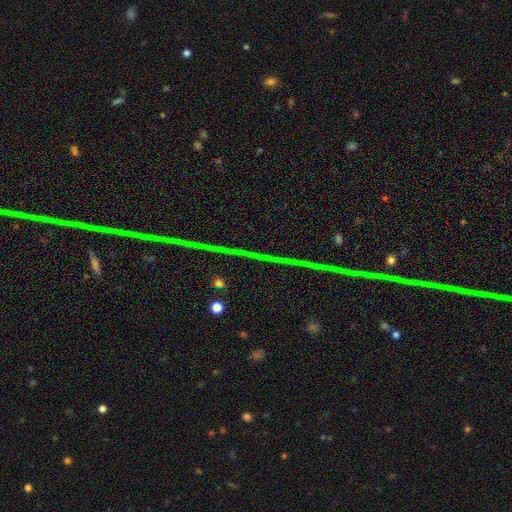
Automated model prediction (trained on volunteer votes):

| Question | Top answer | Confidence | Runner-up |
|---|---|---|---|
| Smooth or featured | star or artifact | 75% | featured or disk (15%) |